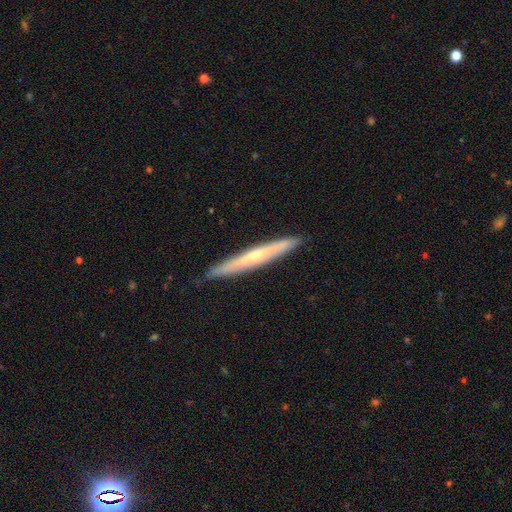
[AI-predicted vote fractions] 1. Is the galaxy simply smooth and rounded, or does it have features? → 54% featured or disk, 41% smooth, 5% star or artifact.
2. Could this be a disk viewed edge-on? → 94% yes, 6% no.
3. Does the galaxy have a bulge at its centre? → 52% rounded, 43% none, 5% boxy.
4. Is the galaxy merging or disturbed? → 89% none, 9% minor disturbance, 1% major disturbance, 1% merger.